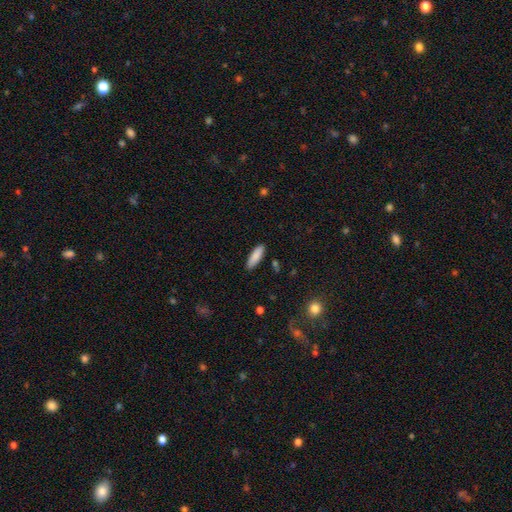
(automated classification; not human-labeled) A smooth galaxy with no disk features (87%) that is cigar-shaped (52%).

Vote fractions:
- Smooth or featured? smooth: 87% / featured or disk: 7% / star or artifact: 6%
- How rounded? cigar-shaped: 52% / in between: 46% / round: 2%
- Merging? none: 88% / minor disturbance: 9% / major disturbance: 2% / merger: 2%